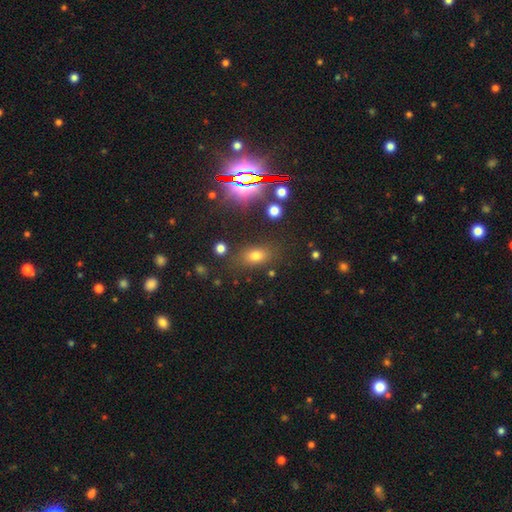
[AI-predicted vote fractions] The model was most divided on "smooth or featured": smooth: 69%, star or artifact: 20%, featured or disk: 11%. More confident: merging — none (78%); how rounded — in between (74%).